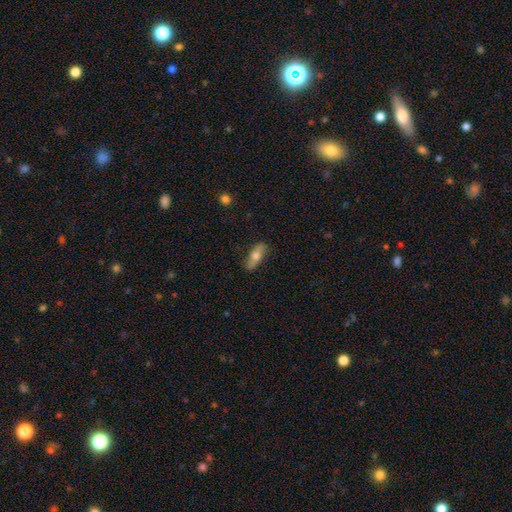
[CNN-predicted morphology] A smooth galaxy with no disk features (56%) that is in between round and cigar-shaped (59%). Merging: none (82%).